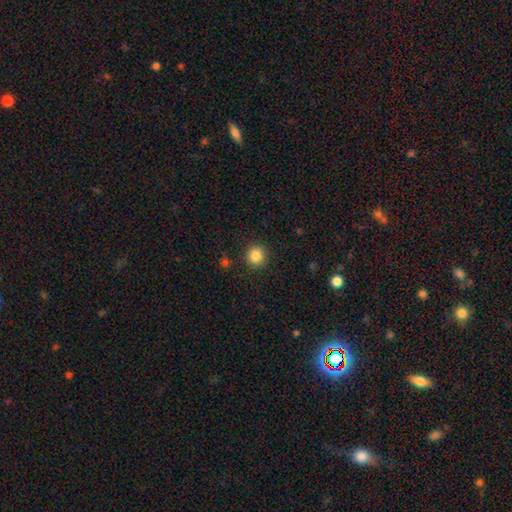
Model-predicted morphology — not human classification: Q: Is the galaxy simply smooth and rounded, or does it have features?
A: smooth — 85%.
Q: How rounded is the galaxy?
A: round — 92%.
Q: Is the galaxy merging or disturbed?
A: none — 90%.